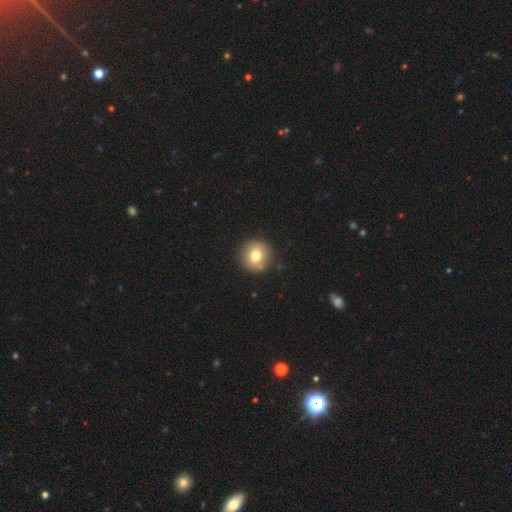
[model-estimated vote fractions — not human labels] smooth-or-featured: smooth: 75% | featured or disk: 15% | star or artifact: 10%
  how-rounded: round: 94% | in between: 5% | cigar-shaped: 1%
  merging: none: 90% | minor disturbance: 6% | major disturbance: 2% | merger: 1%